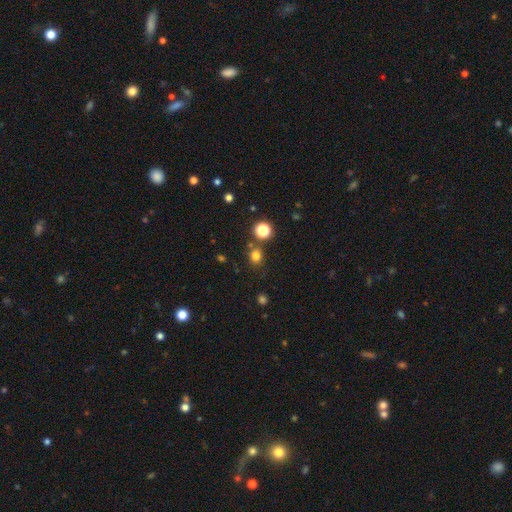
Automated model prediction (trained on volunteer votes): Morphology: type=smooth (76%); roundness=round (78%); merging=none (77%).